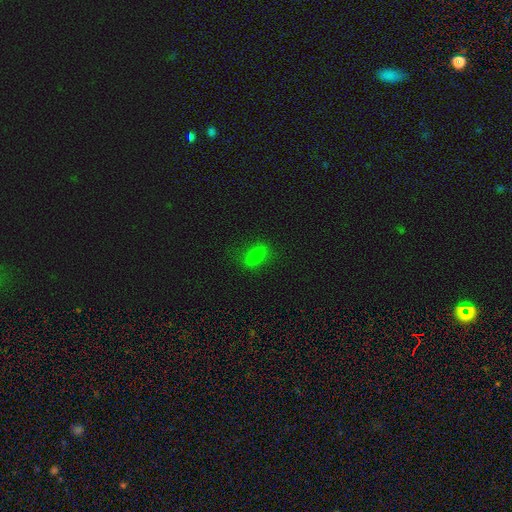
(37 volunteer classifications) Smooth or featured: smooth — 89% (featured or disk — 8%)
How rounded: in between — 91% (cigar-shaped — 9%)
Merging: none — 83% (minor disturbance — 14%)